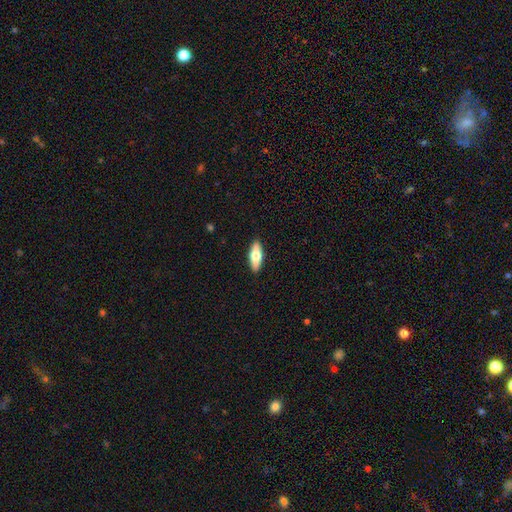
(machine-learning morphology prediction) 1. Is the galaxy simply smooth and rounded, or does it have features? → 58% smooth, 36% featured or disk, 6% star or artifact.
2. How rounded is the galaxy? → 60% in between, 38% cigar-shaped, 3% round.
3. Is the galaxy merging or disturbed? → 90% none, 7% minor disturbance, 2% major disturbance, 1% merger.